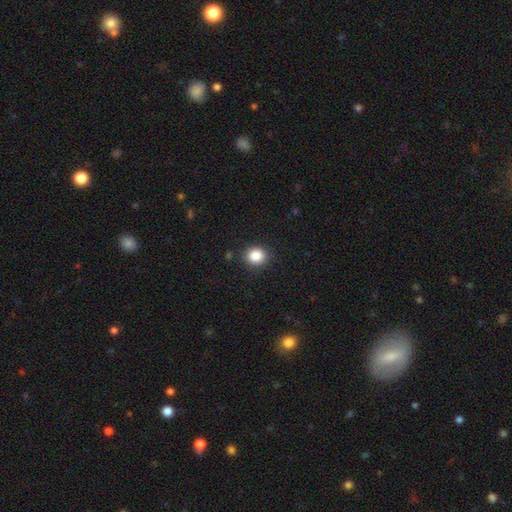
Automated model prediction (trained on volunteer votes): smooth-or-featured: smooth: 86% | star or artifact: 10% | featured or disk: 4%
  how-rounded: round: 80% | in between: 20% | cigar-shaped: 1%
  merging: none: 88% | minor disturbance: 8% | major disturbance: 3% | merger: 1%